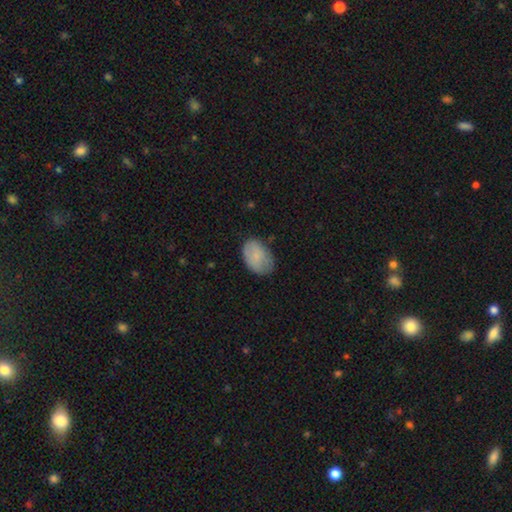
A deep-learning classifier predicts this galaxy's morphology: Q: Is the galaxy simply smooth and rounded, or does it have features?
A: smooth — 80%.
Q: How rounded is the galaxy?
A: in between — 87%.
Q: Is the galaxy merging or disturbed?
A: none — 71%.